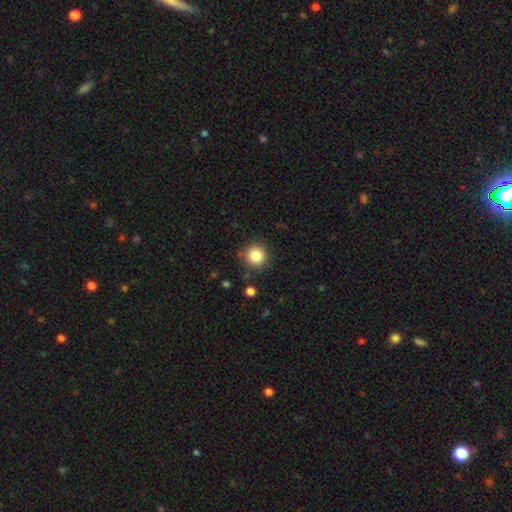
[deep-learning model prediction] Overall: smooth (86%). How rounded: round (94%). Merging: none (86%).